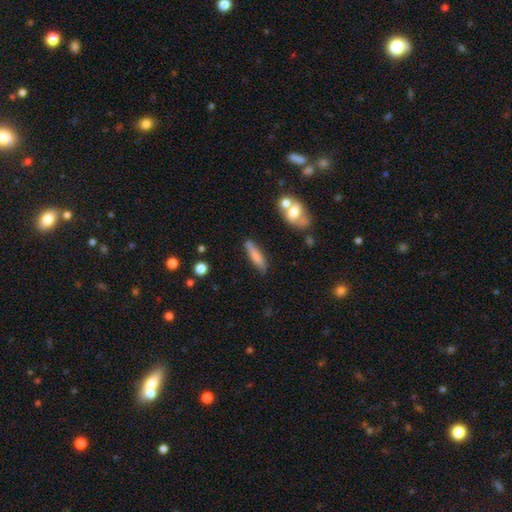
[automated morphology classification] The model was most divided on "smooth or featured": smooth: 73%, featured or disk: 20%, star or artifact: 6%. More confident: how rounded — cigar-shaped (81%); merging — none (78%).